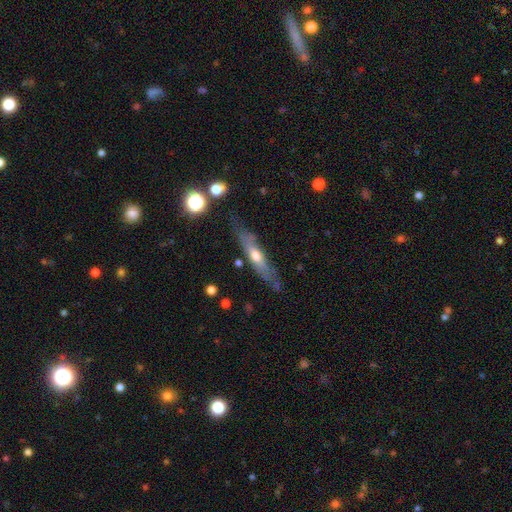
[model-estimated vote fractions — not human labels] Smooth or featured?
  - featured or disk: 55% *
  - smooth: 39%
  - star or artifact: 6%
Edge-on disk?
  - yes: 74% *
  - no: 26%
Merging?
  - none: 70% *
  - minor disturbance: 21%
  - major disturbance: 6%
  - merger: 3%